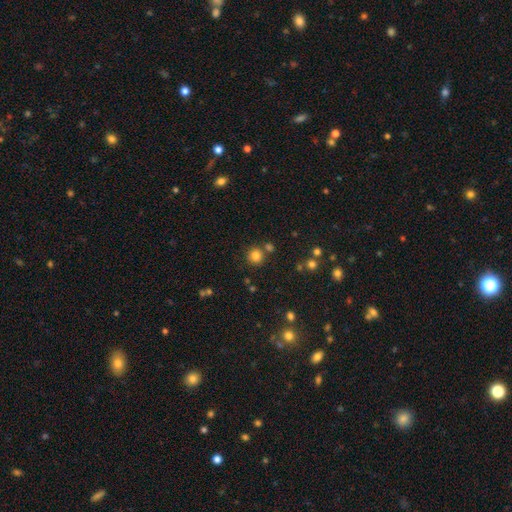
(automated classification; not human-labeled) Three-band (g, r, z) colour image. It shows a smooth galaxy with no disk features (81%) that is round (92%). Merging: none (79%).